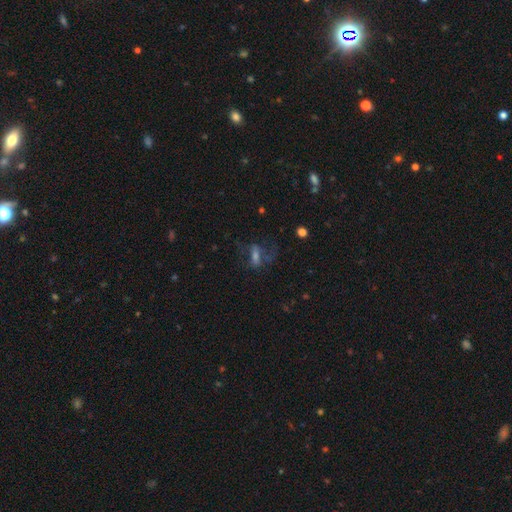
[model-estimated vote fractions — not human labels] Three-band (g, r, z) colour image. It shows a featured or disk galaxy (43%). Merging: none (46%).